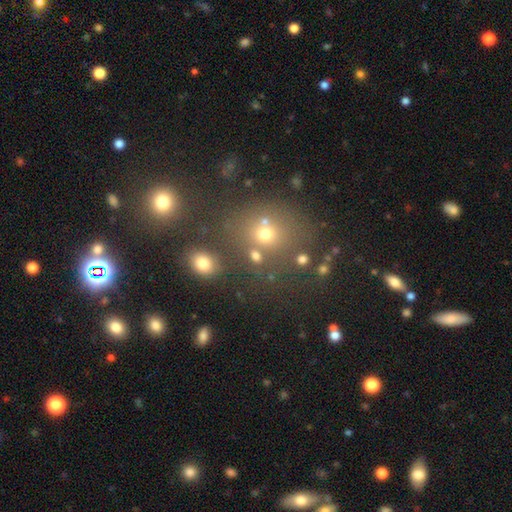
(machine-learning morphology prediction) smooth_or_featured: smooth (p=0.69) [alt: star or artifact p=0.21]
how_rounded: round (p=0.69) [alt: in between p=0.29]
merging: none (p=0.64) [alt: merger p=0.18]